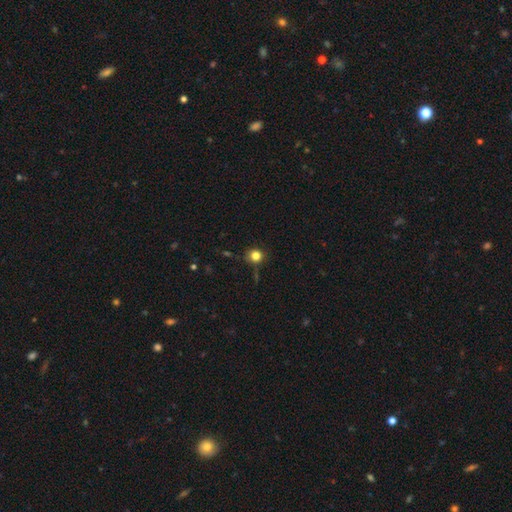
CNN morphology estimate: This is clearly a smooth galaxy (81%). How rounded: clearly round (87%). Merging: clearly none (81%).